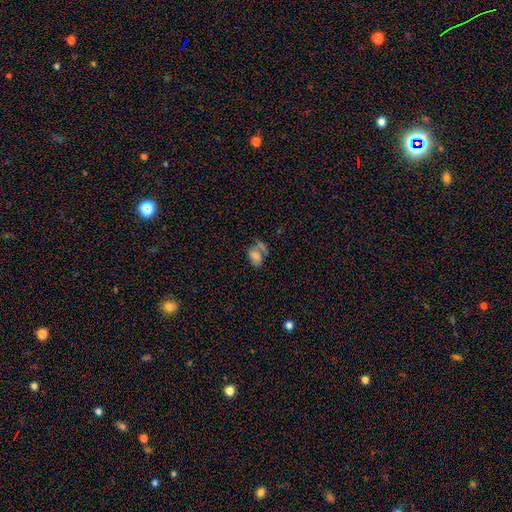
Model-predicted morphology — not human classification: smooth-or-featured: smooth: 52% | star or artifact: 24% | featured or disk: 24%
  how-rounded: in between: 78% | round: 18% | cigar-shaped: 3%
  merging: none: 43% | merger: 28% | minor disturbance: 16% | major disturbance: 12%